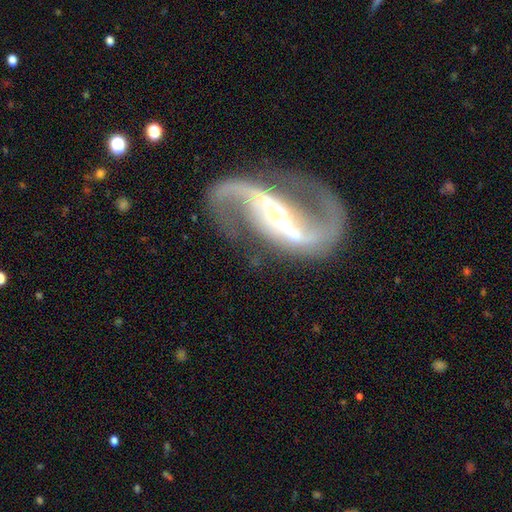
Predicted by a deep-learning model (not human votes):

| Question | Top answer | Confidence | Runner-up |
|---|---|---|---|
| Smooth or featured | featured or disk | 93% | star or artifact (5%) |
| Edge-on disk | no | 97% | yes (3%) |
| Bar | strong | 53% | weak (29%) |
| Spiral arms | yes | 98% | no (2%) |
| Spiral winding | loose | 63% | medium (30%) |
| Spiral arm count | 2 | 94% | 1 (2%) |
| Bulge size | small | 73% | moderate (21%) |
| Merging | none | 75% | minor disturbance (12%) |